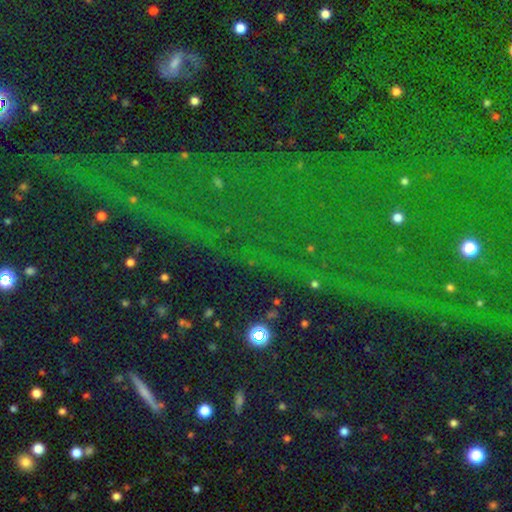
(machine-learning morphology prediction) type=star or artifact (83%).